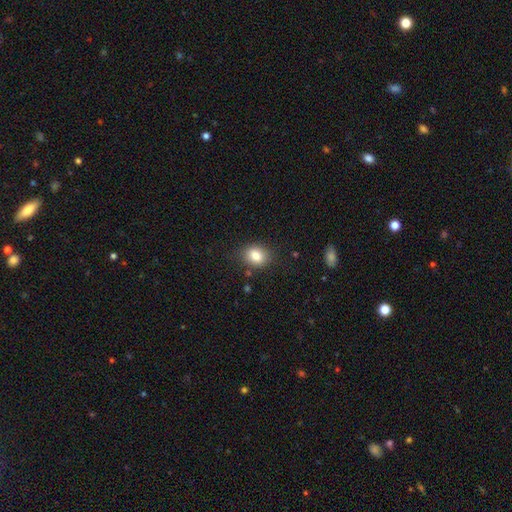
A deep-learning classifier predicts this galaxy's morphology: Smooth or featured?
  - smooth: 83% *
  - star or artifact: 10%
  - featured or disk: 7%
How rounded?
  - in between: 53% *
  - round: 46%
  - cigar-shaped: 1%
Merging?
  - none: 82% *
  - minor disturbance: 13%
  - major disturbance: 3%
  - merger: 2%